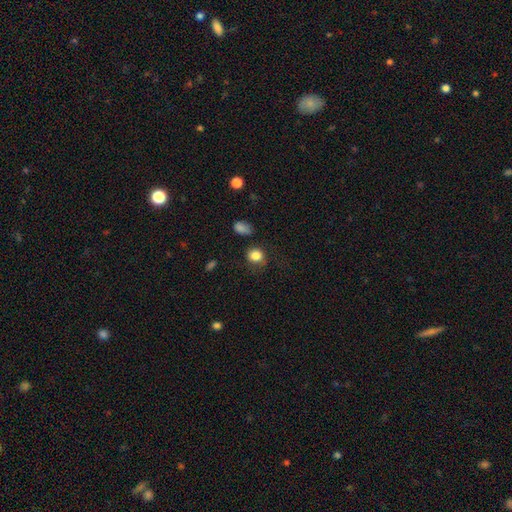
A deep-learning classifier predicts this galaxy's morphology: A smooth galaxy with no disk features (84%) that is round (75%).

Vote fractions:
- Smooth or featured? smooth: 84% / star or artifact: 10% / featured or disk: 6%
- How rounded? round: 75% / in between: 24% / cigar-shaped: 1%
- Merging? none: 66% / minor disturbance: 22% / major disturbance: 9% / merger: 3%